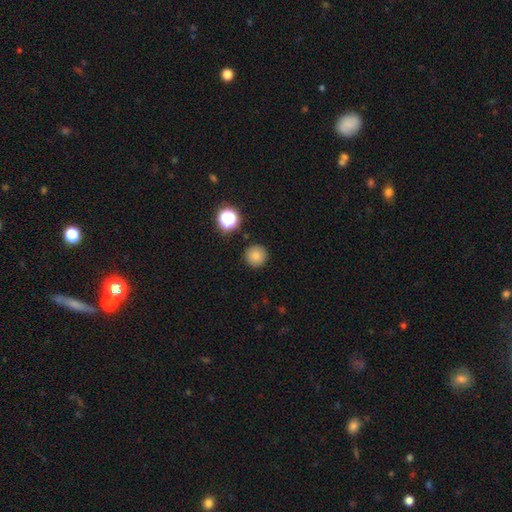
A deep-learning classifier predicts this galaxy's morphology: smooth-or-featured: smooth: 81% | star or artifact: 12% | featured or disk: 6%
  how-rounded: round: 96% | in between: 3% | cigar-shaped: 1%
  merging: none: 91% | minor disturbance: 6% | major disturbance: 2% | merger: 2%